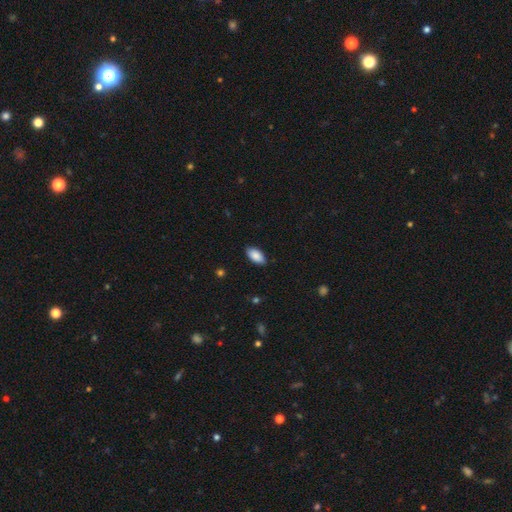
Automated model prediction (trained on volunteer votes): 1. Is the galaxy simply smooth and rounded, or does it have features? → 89% smooth, 6% star or artifact, 5% featured or disk.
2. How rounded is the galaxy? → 94% in between, 4% cigar-shaped, 2% round.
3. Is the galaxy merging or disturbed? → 86% none, 11% minor disturbance, 2% major disturbance, 1% merger.